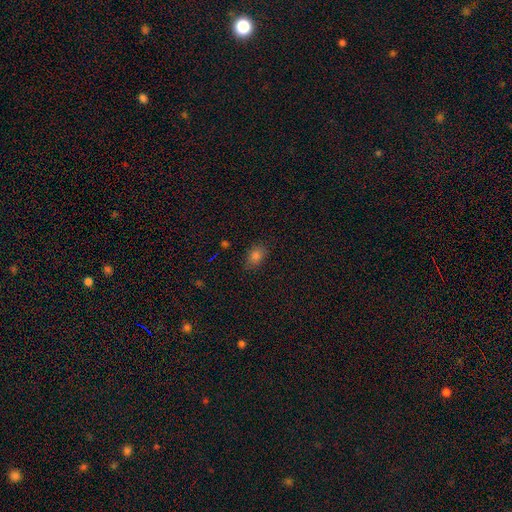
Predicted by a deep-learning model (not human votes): A smooth galaxy with no disk features (79%) that is in between round and cigar-shaped (77%).

Vote fractions:
- Smooth or featured? smooth: 79% / star or artifact: 15% / featured or disk: 7%
- How rounded? in between: 77% / round: 21% / cigar-shaped: 2%
- Merging? none: 81% / minor disturbance: 14% / major disturbance: 3% / merger: 1%